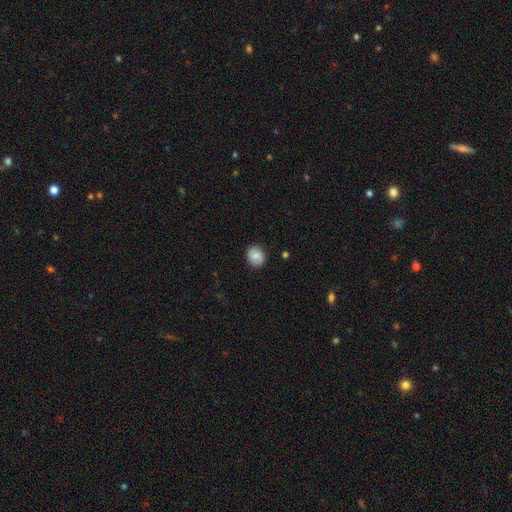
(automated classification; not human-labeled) smooth-or-featured: smooth: 73% | featured or disk: 19% | star or artifact: 8%
  how-rounded: round: 67% | in between: 32% | cigar-shaped: 1%
  merging: none: 84% | minor disturbance: 12% | major disturbance: 3% | merger: 1%